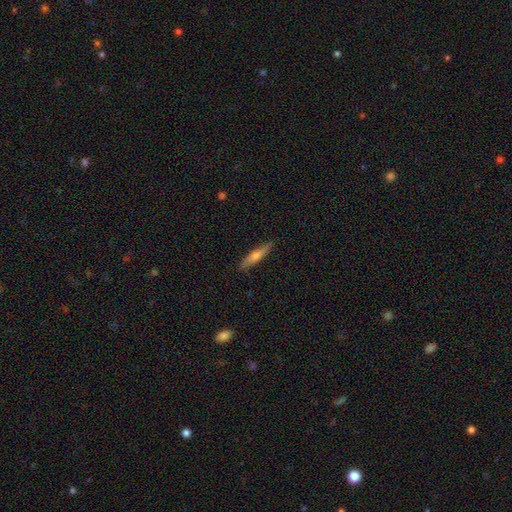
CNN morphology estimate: This appears to be a smooth galaxy with no disk features (50%). Merging: none (88%).